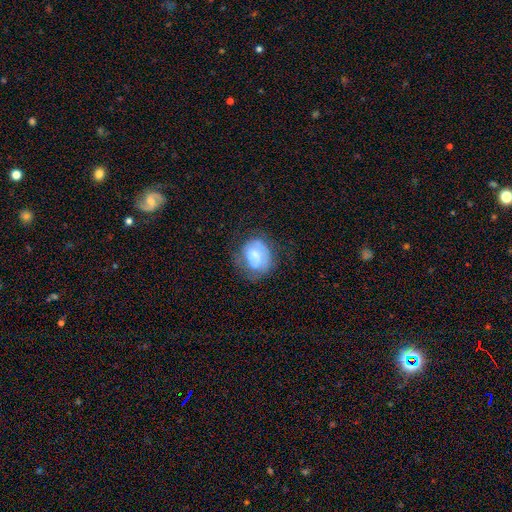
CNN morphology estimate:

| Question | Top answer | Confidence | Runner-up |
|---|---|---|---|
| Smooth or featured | featured or disk | 48% | smooth (43%) |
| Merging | none | 54% | minor disturbance (26%) |